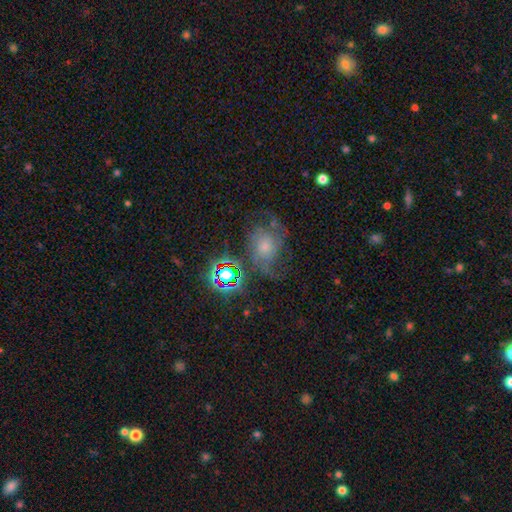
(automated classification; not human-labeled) Smooth or featured?
  - featured or disk: 58% *
  - star or artifact: 28%
  - smooth: 14%
Edge-on disk?
  - no: 96% *
  - yes: 4%
Bar?
  - no: 69% *
  - weak: 24%
  - strong: 6%
Spiral arms?
  - yes: 93% *
  - no: 7%
Spiral winding?
  - medium: 46% *
  - tight: 39%
  - loose: 15%
Spiral arm count?
  - 2: 32% *
  - 3: 24%
  - can't tell: 24%
  - 4: 8%
  - 1: 6%
  - more than 4: 6%
Bulge size?
  - small: 44% *
  - moderate: 43%
  - large: 6%
  - none: 4%
  - dominant: 2%
Merging?
  - none: 68% *
  - minor disturbance: 15%
  - major disturbance: 11%
  - merger: 5%